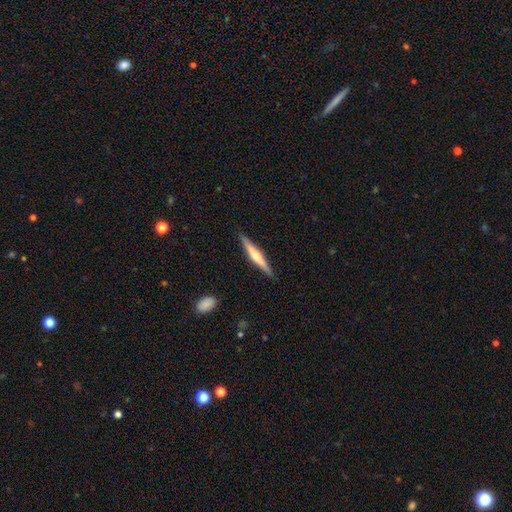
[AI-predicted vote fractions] Smooth or featured?
  - featured or disk: 57% *
  - smooth: 37%
  - star or artifact: 5%
Edge-on disk?
  - yes: 97% *
  - no: 3%
Edge-on bulge?
  - rounded: 76% *
  - none: 15%
  - boxy: 9%
Merging?
  - none: 90% *
  - minor disturbance: 8%
  - major disturbance: 1%
  - merger: 1%